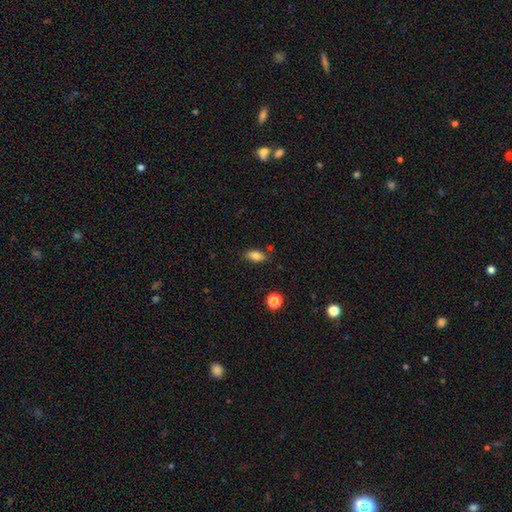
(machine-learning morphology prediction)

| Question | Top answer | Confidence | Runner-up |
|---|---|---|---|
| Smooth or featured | smooth | 81% | featured or disk (10%) |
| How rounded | in between | 88% | cigar-shaped (7%) |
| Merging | none | 79% | minor disturbance (13%) |